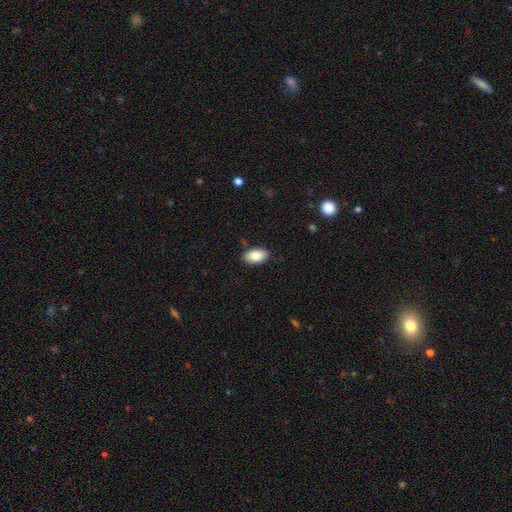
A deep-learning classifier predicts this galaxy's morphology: A smooth galaxy with no disk features (86%) that is in between round and cigar-shaped (94%). Merging: none (86%).